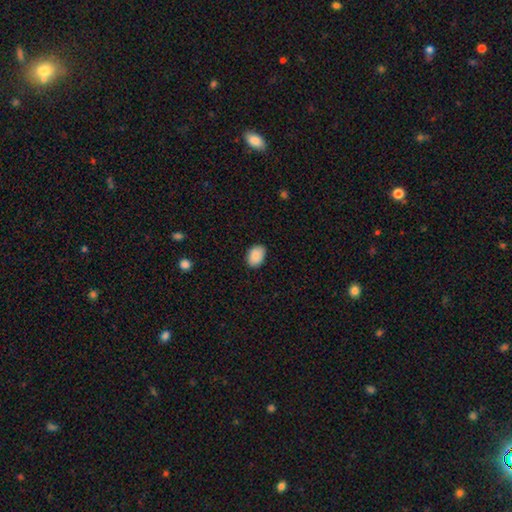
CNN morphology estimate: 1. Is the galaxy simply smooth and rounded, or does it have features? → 89% smooth, 7% star or artifact, 4% featured or disk.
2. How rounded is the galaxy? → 77% in between, 22% round, 1% cigar-shaped.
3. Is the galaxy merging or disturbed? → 83% none, 13% minor disturbance, 2% major disturbance, 1% merger.